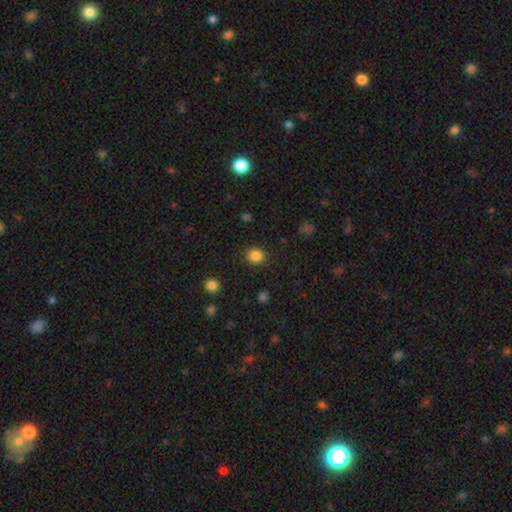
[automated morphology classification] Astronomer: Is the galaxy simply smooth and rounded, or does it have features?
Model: smooth — 85%.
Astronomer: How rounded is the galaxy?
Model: round — 77%.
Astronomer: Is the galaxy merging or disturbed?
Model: none — 88%.